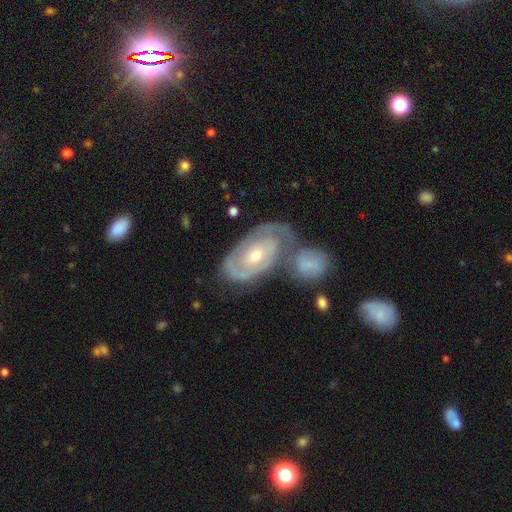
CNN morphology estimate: Overall: featured or disk (79%). Edge-on disk: no (95%). Bar: no (71%). Spiral arms: yes (84%). Spiral arm count: 2 (44%; can't tell 33%). Spiral winding: tight (70%). Bulge size: moderate (57%; small 38%). Merging: none (42%; merger 32%).